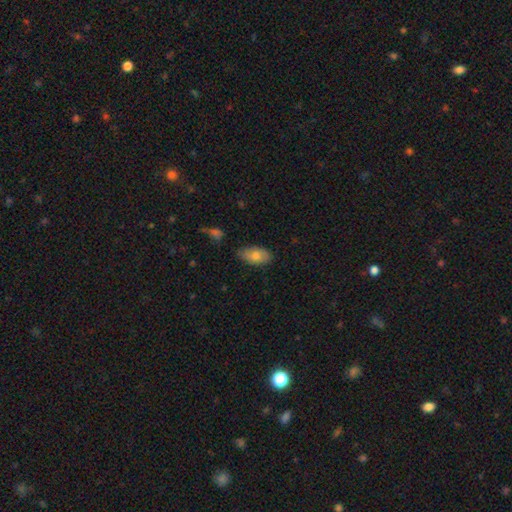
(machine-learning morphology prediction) smooth-or-featured: smooth: 76% | featured or disk: 17% | star or artifact: 7%
  how-rounded: in between: 93% | round: 4% | cigar-shaped: 3%
  merging: none: 79% | minor disturbance: 16% | major disturbance: 3% | merger: 2%